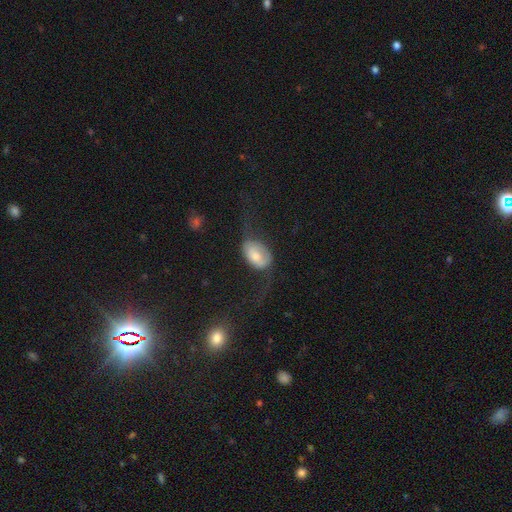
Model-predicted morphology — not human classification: Smooth or featured?
  - smooth: 56% *
  - featured or disk: 37%
  - star or artifact: 7%
How rounded?
  - in between: 86% *
  - round: 12%
  - cigar-shaped: 2%
Merging?
  - major disturbance: 45% *
  - none: 30%
  - minor disturbance: 21%
  - merger: 3%